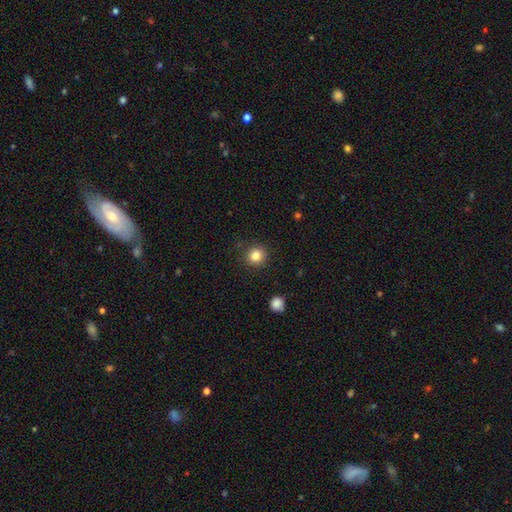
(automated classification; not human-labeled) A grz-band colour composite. It shows a smooth galaxy with no disk features (84%) that is round (91%). Merging: none (89%).